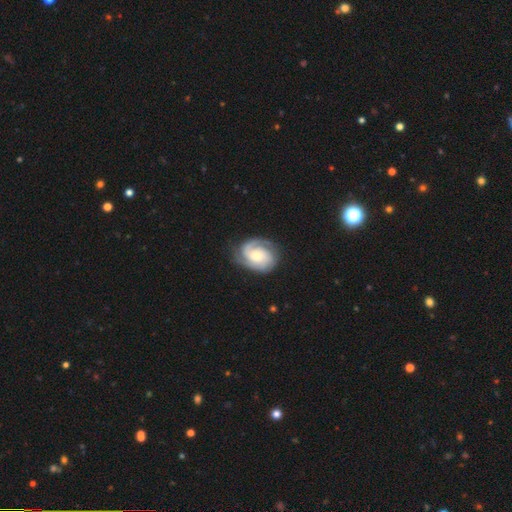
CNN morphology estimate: This appears to be a featured or disk galaxy (84%) with no bar (68%), 2 (55%) tight (57%) spiral arms (97%) and a moderate central bulge (50%). Merging: none (75%).